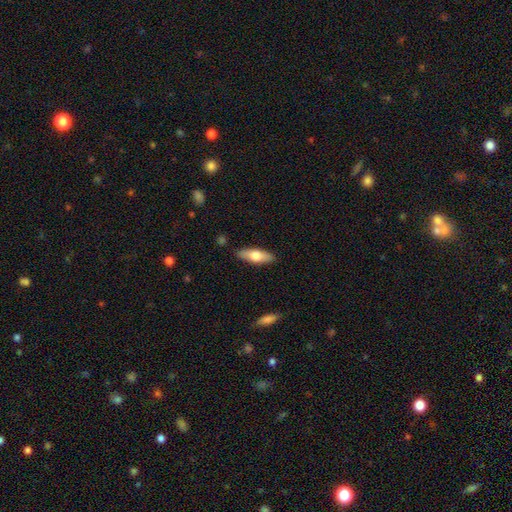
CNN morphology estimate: Q: Smooth or featured?
A: smooth (66%); runner-up: featured or disk (28%)
Q: How rounded?
A: in between (59%); runner-up: cigar-shaped (39%)
Q: Merging?
A: none (87%); runner-up: minor disturbance (9%)